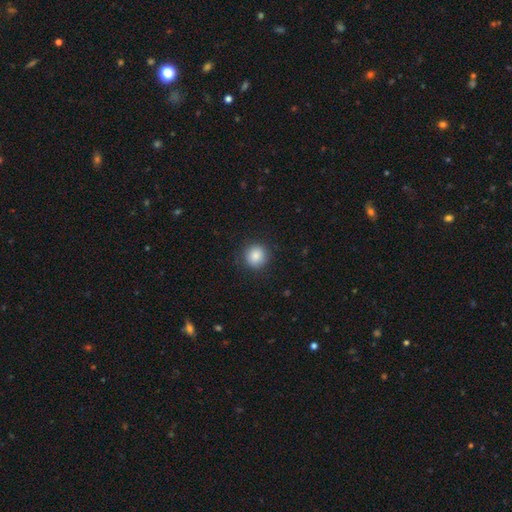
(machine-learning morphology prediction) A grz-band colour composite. It shows a smooth galaxy with no disk features (86%) that is round (93%). Merging: none (89%).